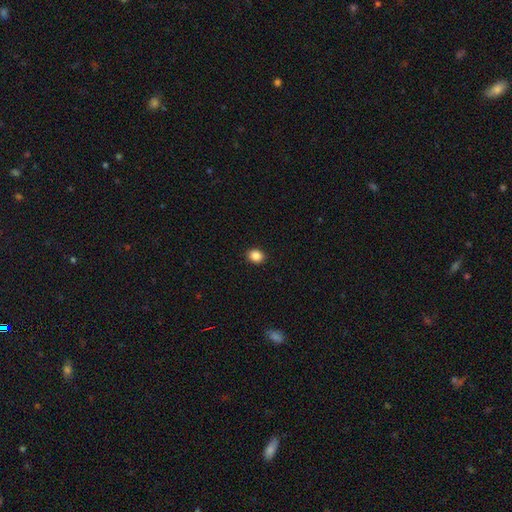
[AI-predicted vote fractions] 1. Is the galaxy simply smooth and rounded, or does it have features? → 87% smooth, 10% star or artifact, 3% featured or disk.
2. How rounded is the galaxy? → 67% round, 33% in between, 1% cigar-shaped.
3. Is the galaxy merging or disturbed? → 92% none, 5% minor disturbance, 2% major disturbance, 1% merger.